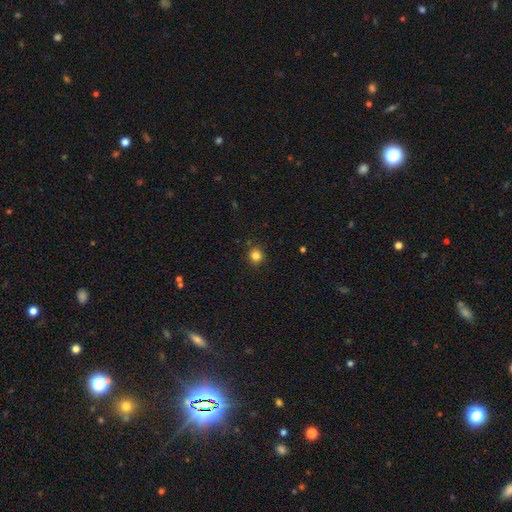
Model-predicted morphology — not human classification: This is clearly a smooth galaxy (83%). How rounded: clearly round (91%). Merging: clearly none (89%).